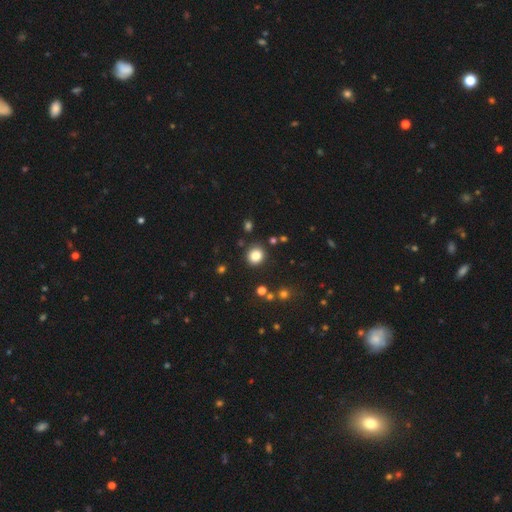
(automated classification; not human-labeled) The model was most divided on "how rounded": round: 82%, in between: 17%, cigar-shaped: 1%. More confident: merging — none (87%); smooth or featured — smooth (84%).